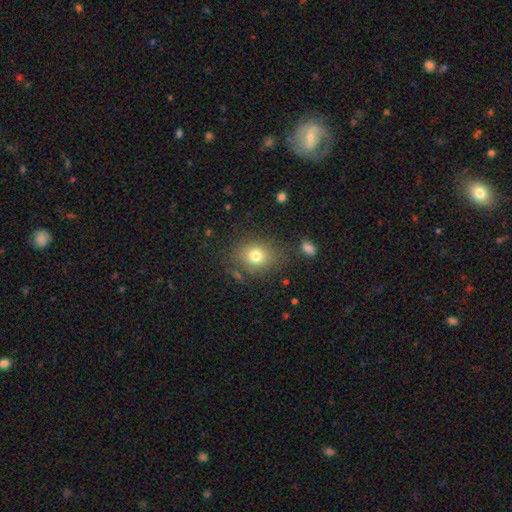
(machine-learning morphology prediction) The model was most divided on "how rounded": round: 64%, in between: 35%, cigar-shaped: 1%. More confident: merging — none (79%); smooth or featured — smooth (77%).